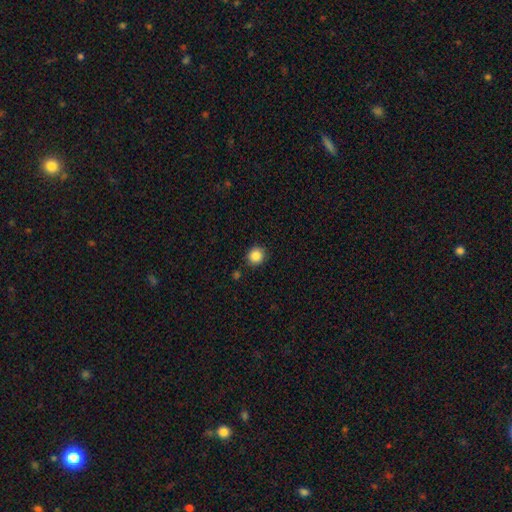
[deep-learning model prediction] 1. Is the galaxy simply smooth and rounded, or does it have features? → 87% smooth, 10% star or artifact, 4% featured or disk.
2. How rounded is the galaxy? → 87% round, 12% in between, 1% cigar-shaped.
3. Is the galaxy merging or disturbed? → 88% none, 8% minor disturbance, 2% merger, 2% major disturbance.